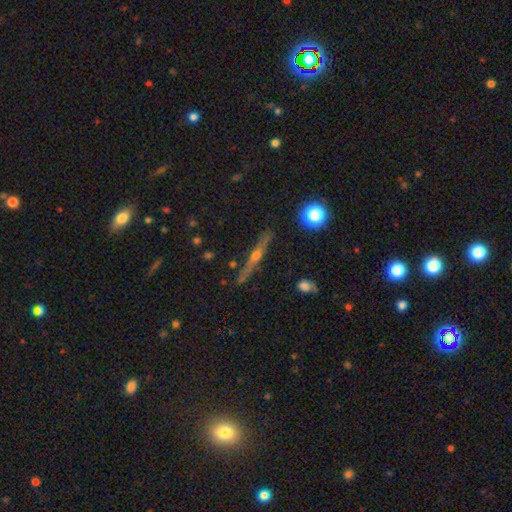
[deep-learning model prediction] The model was most divided on "smooth or featured": featured or disk: 72%, smooth: 18%, star or artifact: 10%. More confident: edge-on disk — yes (97%); edge-on bulge — rounded (89%); merging — none (87%).